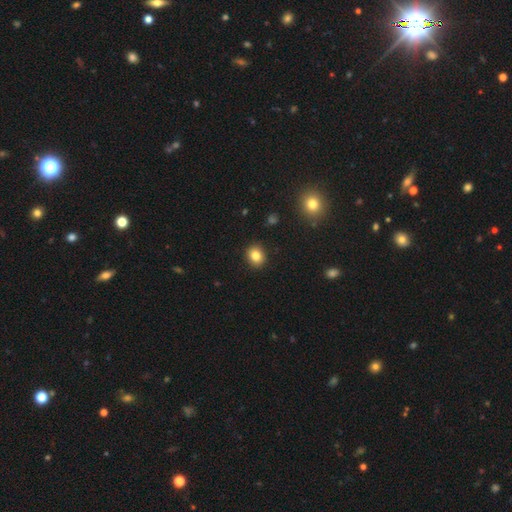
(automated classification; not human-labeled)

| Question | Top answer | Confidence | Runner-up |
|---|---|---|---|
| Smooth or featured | smooth | 82% | star or artifact (11%) |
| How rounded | round | 74% | in between (25%) |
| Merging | none | 91% | minor disturbance (6%) |